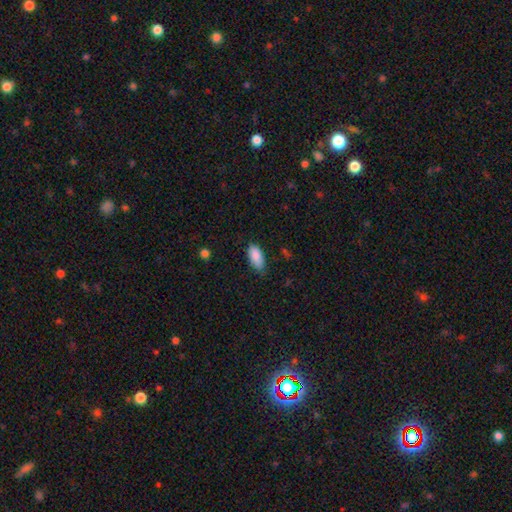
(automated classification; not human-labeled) smooth_or_featured: smooth (p=0.87) [alt: featured or disk p=0.07]
how_rounded: in between (p=0.90) [alt: cigar-shaped p=0.08]
merging: none (p=0.74) [alt: minor disturbance p=0.22]